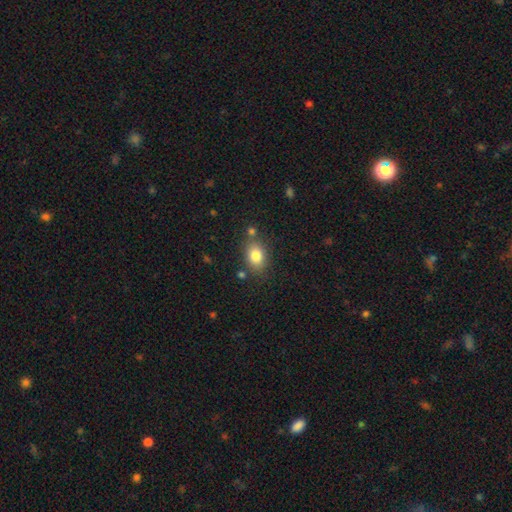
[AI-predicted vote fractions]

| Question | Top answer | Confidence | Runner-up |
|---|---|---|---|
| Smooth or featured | smooth | 81% | star or artifact (9%) |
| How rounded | in between | 73% | round (26%) |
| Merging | none | 74% | minor disturbance (14%) |